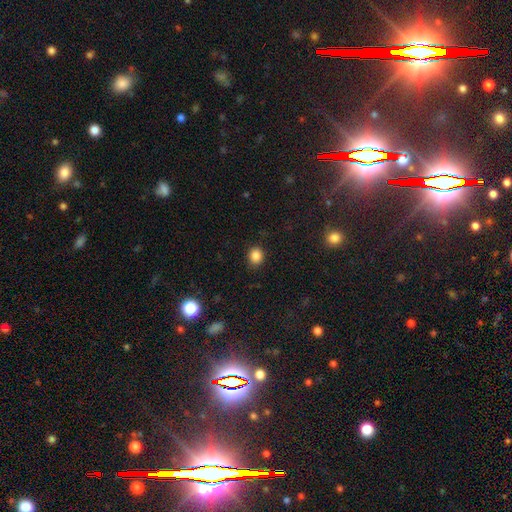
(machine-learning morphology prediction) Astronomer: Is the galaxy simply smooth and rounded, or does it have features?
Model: smooth — 86%.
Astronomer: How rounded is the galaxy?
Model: round — 74%.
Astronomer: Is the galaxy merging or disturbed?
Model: none — 89%.